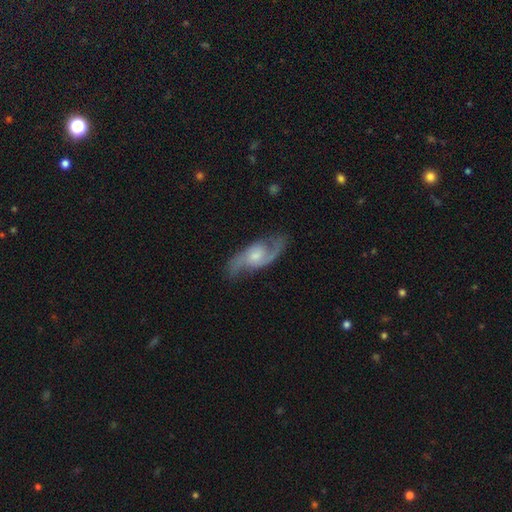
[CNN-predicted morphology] smooth_or_featured: featured or disk (p=0.86) [alt: smooth p=0.09]
disk_edge_on: no (p=0.94) [alt: yes p=0.06]
bar: no (p=0.59) [alt: weak p=0.35]
has_spiral_arms: yes (p=0.97) [alt: no p=0.03]
spiral_winding: medium (p=0.51) [alt: loose p=0.35]
spiral_arm_count: 2 (p=0.91) [alt: can't tell p=0.04]
bulge_size: moderate (p=0.47) [alt: small p=0.41]
merging: none (p=0.77) [alt: minor disturbance p=0.16]